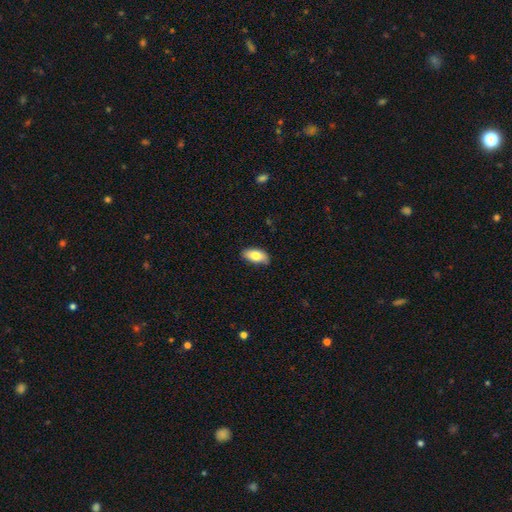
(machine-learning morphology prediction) Q: Smooth or featured?
A: smooth (79%); runner-up: featured or disk (14%)
Q: How rounded?
A: in between (91%); runner-up: cigar-shaped (6%)
Q: Merging?
A: none (84%); runner-up: minor disturbance (13%)